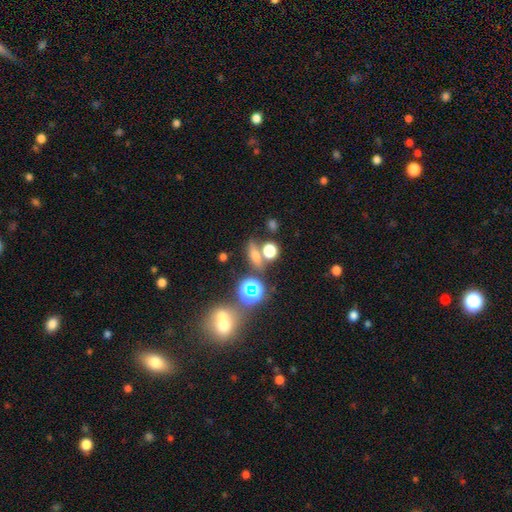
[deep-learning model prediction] Overall: smooth (56%; star or artifact 28%). How rounded: in between (48%; cigar-shaped 27%). Merging: none (65%).